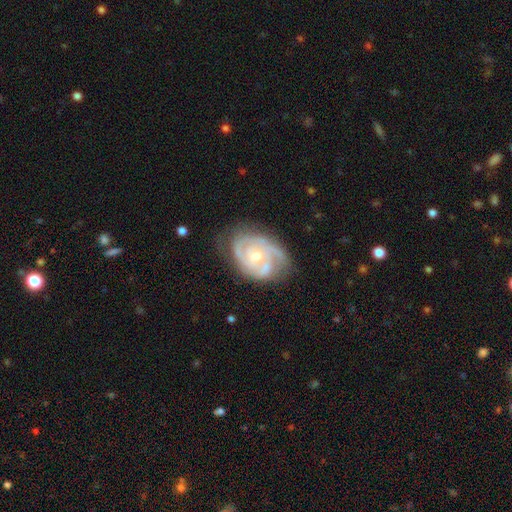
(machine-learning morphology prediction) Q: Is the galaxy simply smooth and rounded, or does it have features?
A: featured or disk — 86%.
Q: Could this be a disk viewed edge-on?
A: no — 97%.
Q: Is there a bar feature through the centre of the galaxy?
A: no — 71%.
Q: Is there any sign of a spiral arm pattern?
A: yes — 96%.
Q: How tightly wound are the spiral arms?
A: tight — 64%.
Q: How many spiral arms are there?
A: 3 — 36%.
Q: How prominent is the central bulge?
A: moderate — 55%.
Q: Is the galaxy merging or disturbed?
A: none — 67%.